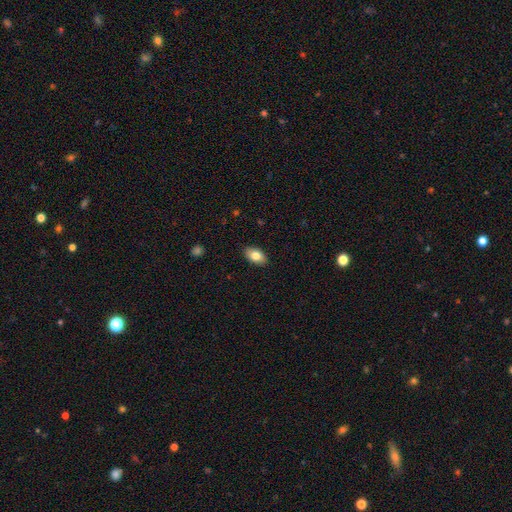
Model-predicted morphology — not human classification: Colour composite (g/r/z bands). It shows a smooth galaxy with no disk features (81%) that is in between round and cigar-shaped (92%). Merging: none (89%).